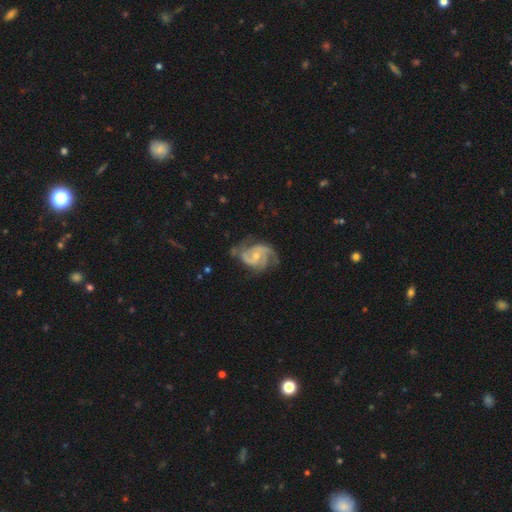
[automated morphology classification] Smooth or featured?
  - featured or disk: 91% *
  - smooth: 5%
  - star or artifact: 4%
Edge-on disk?
  - no: 98% *
  - yes: 2%
Bar?
  - no: 54% *
  - weak: 37%
  - strong: 8%
Spiral arms?
  - yes: 98% *
  - no: 2%
Spiral winding?
  - medium: 53% *
  - tight: 32%
  - loose: 16%
Spiral arm count?
  - 2: 42% *
  - 3: 38%
  - can't tell: 7%
  - 4: 5%
  - 1: 4%
  - more than 4: 4%
Bulge size?
  - small: 55% *
  - moderate: 41%
  - none: 2%
  - large: 1%
  - dominant: 1%
Merging?
  - none: 63% *
  - minor disturbance: 23%
  - major disturbance: 12%
  - merger: 2%